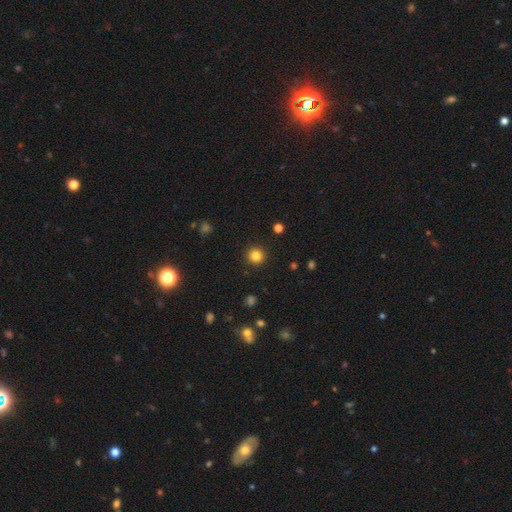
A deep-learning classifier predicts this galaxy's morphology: smooth_or_featured: smooth (p=0.83) [alt: star or artifact p=0.12]
how_rounded: round (p=0.95) [alt: in between p=0.04]
merging: none (p=0.92) [alt: minor disturbance p=0.05]